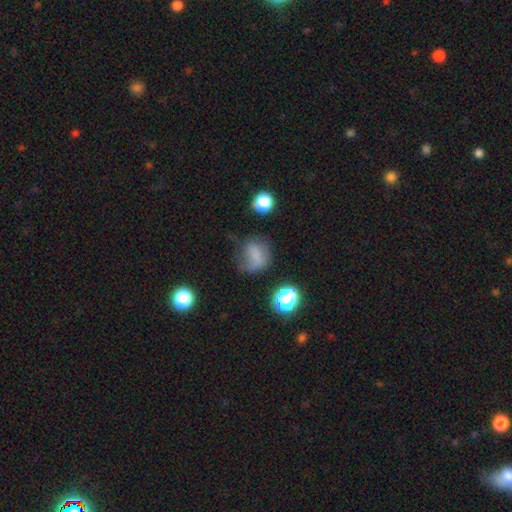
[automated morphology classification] Q: Smooth or featured?
A: smooth (66%); runner-up: featured or disk (18%)
Q: How rounded?
A: round (61%); runner-up: in between (38%)
Q: Merging?
A: none (41%); runner-up: minor disturbance (28%)